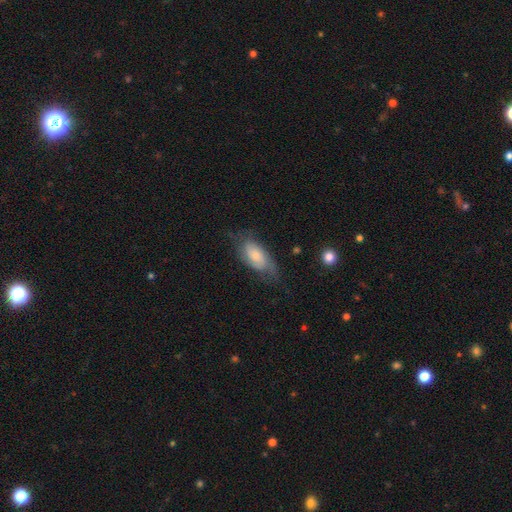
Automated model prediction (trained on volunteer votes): Q: Smooth or featured?
A: smooth (55%); runner-up: featured or disk (38%)
Q: How rounded?
A: in between (89%); runner-up: cigar-shaped (8%)
Q: Merging?
A: none (53%); runner-up: minor disturbance (30%)